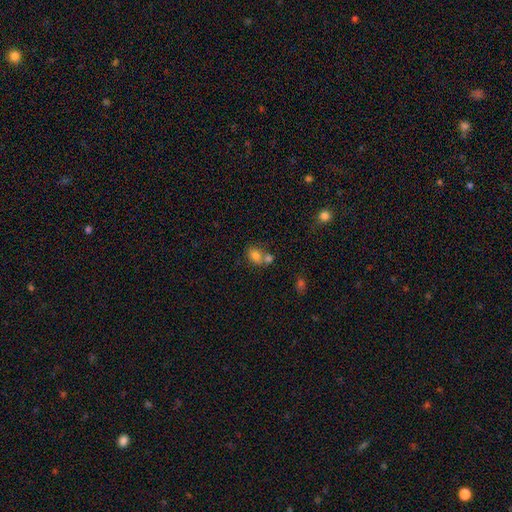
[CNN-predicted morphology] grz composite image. It shows a smooth galaxy with no disk features (78%) that is in between round and cigar-shaped (65%). Merging: merger (44%).